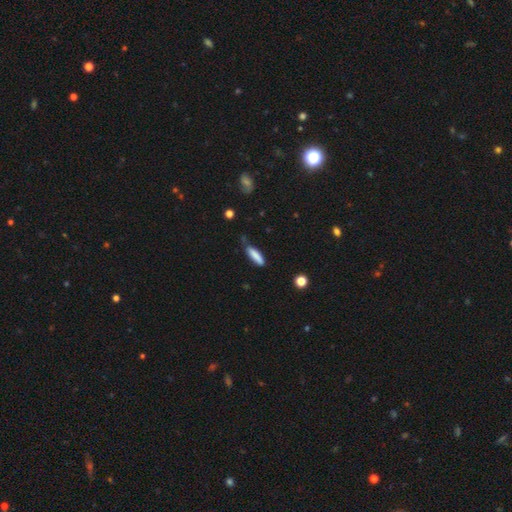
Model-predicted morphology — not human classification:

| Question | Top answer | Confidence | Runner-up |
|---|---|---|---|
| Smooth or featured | smooth | 84% | featured or disk (10%) |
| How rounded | cigar-shaped | 69% | in between (30%) |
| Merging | none | 63% | minor disturbance (29%) |